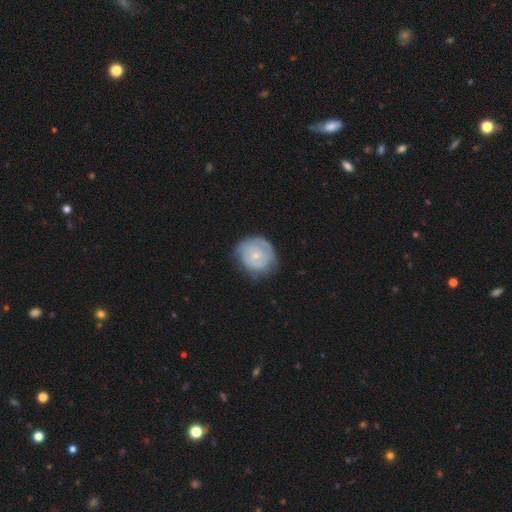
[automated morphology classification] Smooth or featured? Predicted: featured or disk (p=0.48). Merging? Predicted: none (p=0.64).